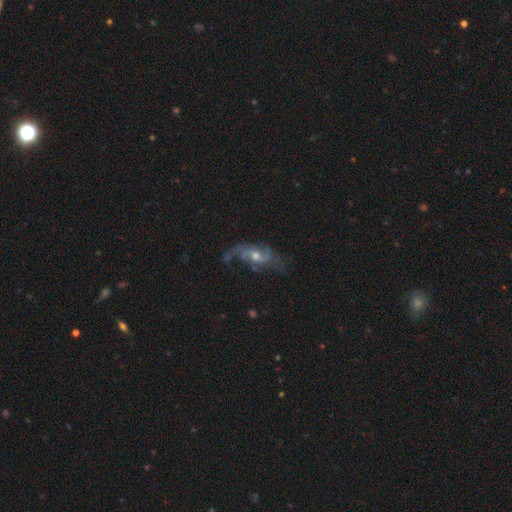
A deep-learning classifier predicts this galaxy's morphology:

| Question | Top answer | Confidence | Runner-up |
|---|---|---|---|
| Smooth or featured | featured or disk | 76% | smooth (15%) |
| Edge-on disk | no | 89% | yes (11%) |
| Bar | no | 62% | weak (31%) |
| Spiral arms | yes | 87% | no (13%) |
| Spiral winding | loose | 57% | medium (31%) |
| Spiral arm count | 2 | 65% | can't tell (16%) |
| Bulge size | moderate | 58% | small (35%) |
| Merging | none | 51% | minor disturbance (24%) |